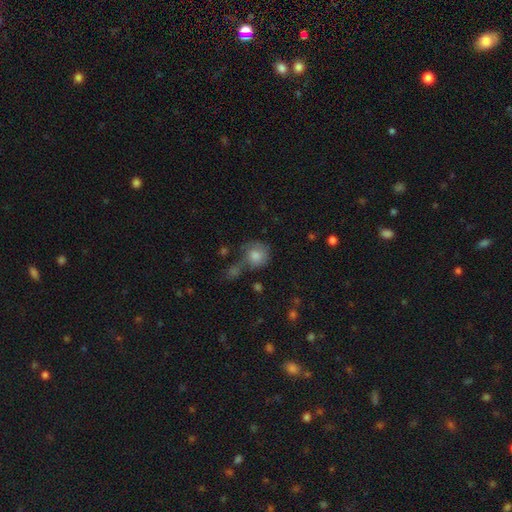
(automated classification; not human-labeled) This is likely a smooth galaxy (75%). How rounded: likely round (79%). Merging: marginally none (39%).